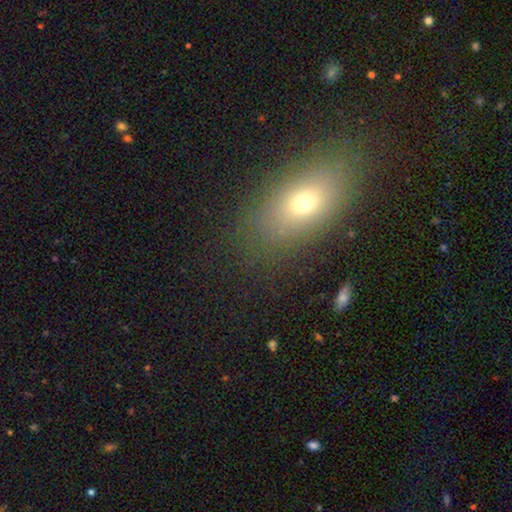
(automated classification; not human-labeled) Smooth or featured: smooth — 65% (featured or disk — 18%)
How rounded: in between — 76% (round — 14%)
Merging: none — 83% (minor disturbance — 10%)